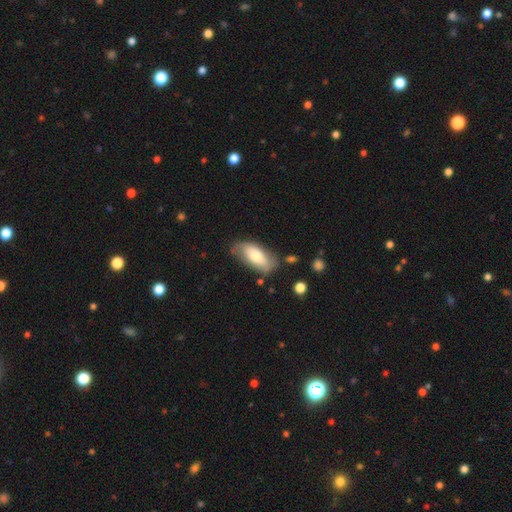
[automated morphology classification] This is likely a smooth galaxy (62%). How rounded: clearly in between (89%). Merging: likely none (67%).